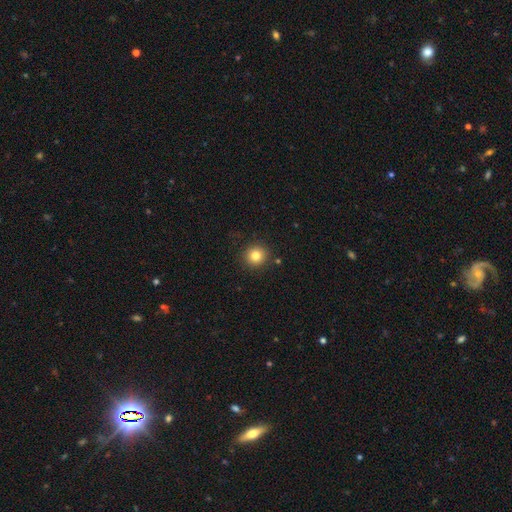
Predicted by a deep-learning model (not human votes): This appears to be a smooth galaxy with no disk features (81%) that is round (92%). Merging: none (90%).